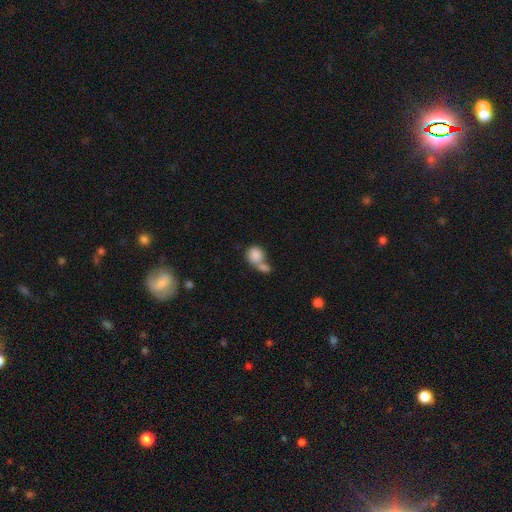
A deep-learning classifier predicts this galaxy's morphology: This appears to be a smooth galaxy with no disk features (84%) that is round (72%). Merging: merger (57%).